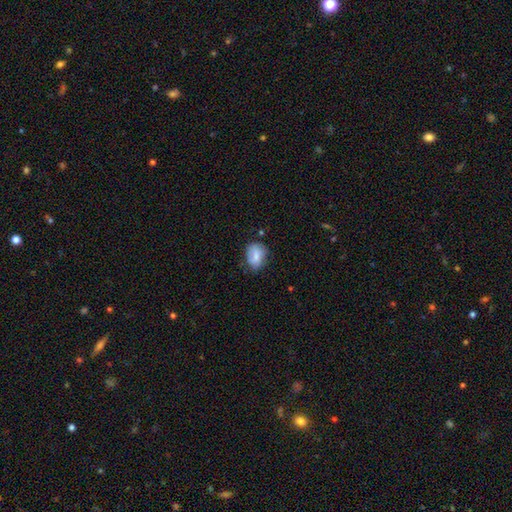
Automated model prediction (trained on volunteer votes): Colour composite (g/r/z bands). It shows a smooth galaxy with no disk features (70%) that is in between round and cigar-shaped (69%). Merging: none (61%).